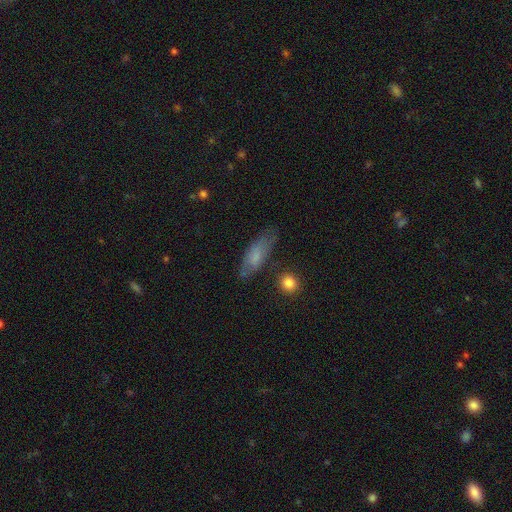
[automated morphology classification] Q: Smooth or featured?
A: smooth (65%); runner-up: featured or disk (27%)
Q: How rounded?
A: in between (55%); runner-up: cigar-shaped (42%)
Q: Merging?
A: none (68%); runner-up: minor disturbance (22%)